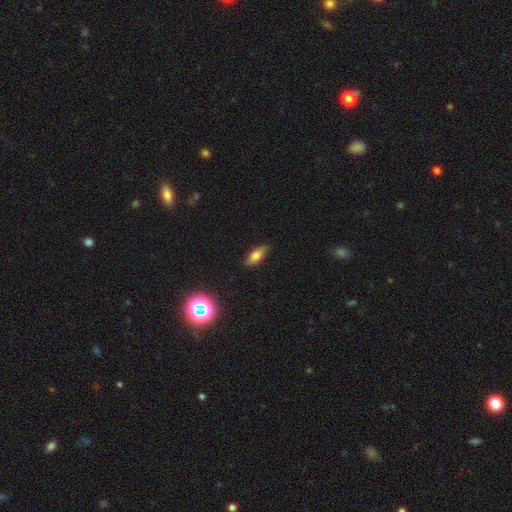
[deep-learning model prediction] A smooth galaxy with no disk features (73%) that is in between round and cigar-shaped (75%).

Vote fractions:
- Smooth or featured? smooth: 73% / featured or disk: 17% / star or artifact: 10%
- How rounded? in between: 75% / cigar-shaped: 21% / round: 3%
- Merging? none: 81% / minor disturbance: 16% / major disturbance: 3% / merger: 1%